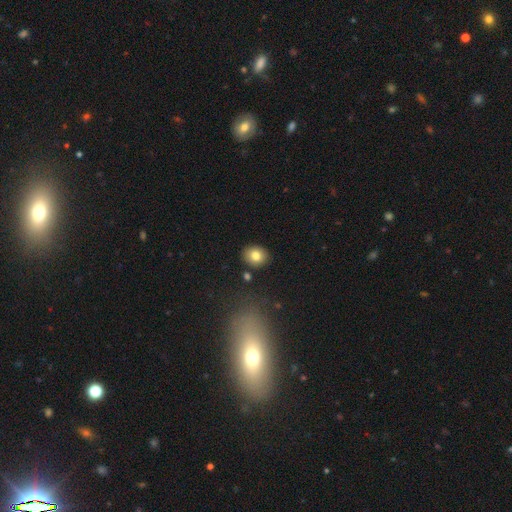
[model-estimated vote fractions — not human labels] smooth_or_featured: smooth (p=0.80) [alt: featured or disk p=0.10]
how_rounded: round (p=0.61) [alt: in between p=0.38]
merging: none (p=0.86) [alt: minor disturbance p=0.08]